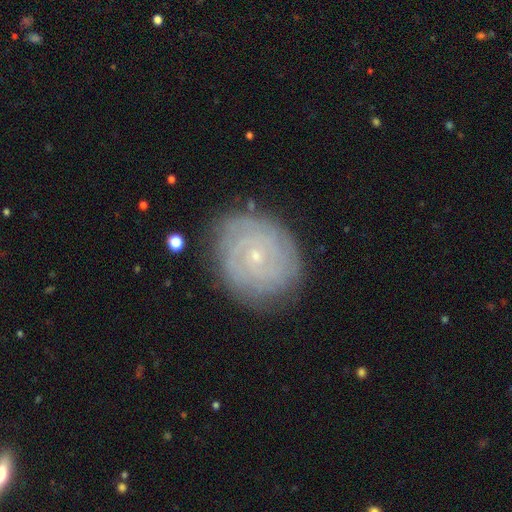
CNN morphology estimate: Overall: featured or disk (79%). Edge-on disk: no (97%). Bar: no (78%). Spiral arms: yes (94%). Spiral arm count: can't tell (37%; 2 18%). Spiral winding: tight (83%). Bulge size: small (86%). Merging: none (82%).